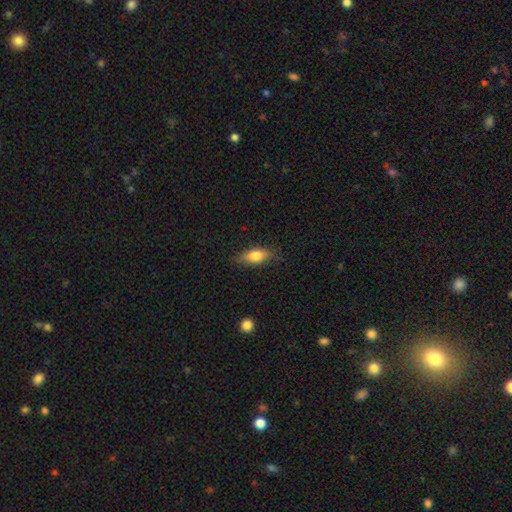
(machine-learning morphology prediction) smooth_or_featured: smooth (p=0.77) [alt: featured or disk p=0.15]
how_rounded: in between (p=0.78) [alt: cigar-shaped p=0.18]
merging: none (p=0.81) [alt: minor disturbance p=0.15]